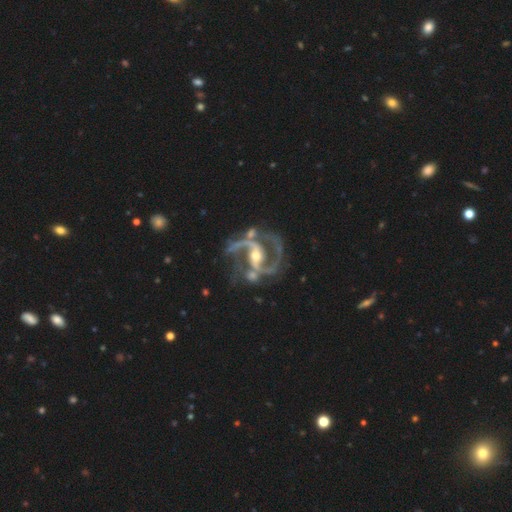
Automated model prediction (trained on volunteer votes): Smooth or featured? featured or disk (93%)
Edge-on disk? no (98%)
Bar? strong (46%)
Spiral arms? yes (98%)
Spiral winding? medium (66%)
Spiral arm count? 2 (89%)
Bulge size? moderate (62%)
Merging? none (55%)